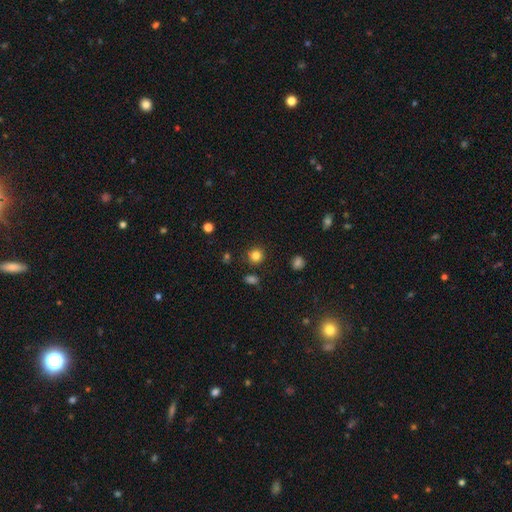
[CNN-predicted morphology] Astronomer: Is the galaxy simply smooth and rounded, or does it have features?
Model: smooth — 82%.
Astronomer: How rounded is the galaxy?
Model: round — 91%.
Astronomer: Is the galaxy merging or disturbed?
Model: none — 87%.